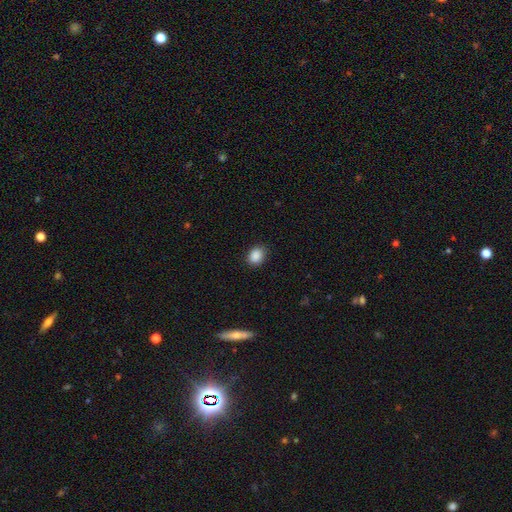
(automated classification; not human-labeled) The model was most divided on "how rounded": in between: 53%, round: 46%, cigar-shaped: 1%. More confident: smooth or featured — smooth (88%); merging — none (85%).